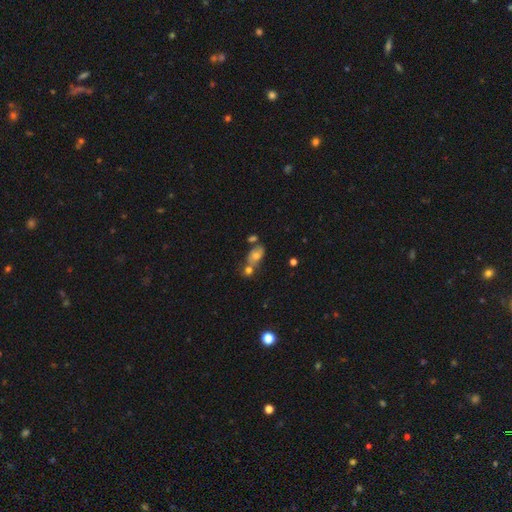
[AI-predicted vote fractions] A smooth galaxy with no disk features (62%) that is in between round and cigar-shaped (80%).

Vote fractions:
- Smooth or featured? smooth: 62% / featured or disk: 25% / star or artifact: 14%
- How rounded? in between: 80% / round: 16% / cigar-shaped: 4%
- Merging? none: 41% / merger: 39% / minor disturbance: 14% / major disturbance: 6%